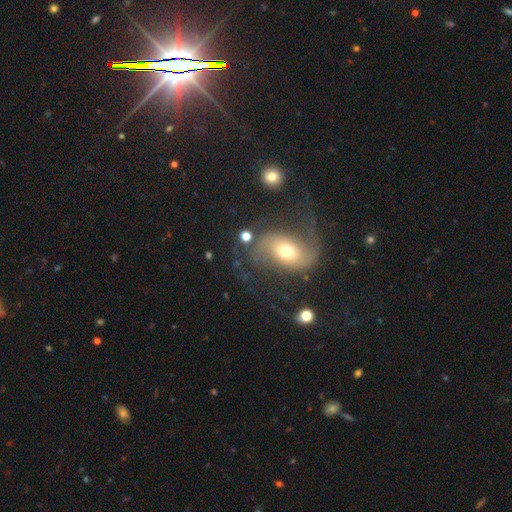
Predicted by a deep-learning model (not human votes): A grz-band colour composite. It shows a featured or disk galaxy (75%) with no bar (50%), 2 (87%) loose (48%) spiral arms (91%) and a moderate central bulge (62%). Merging: none (58%).